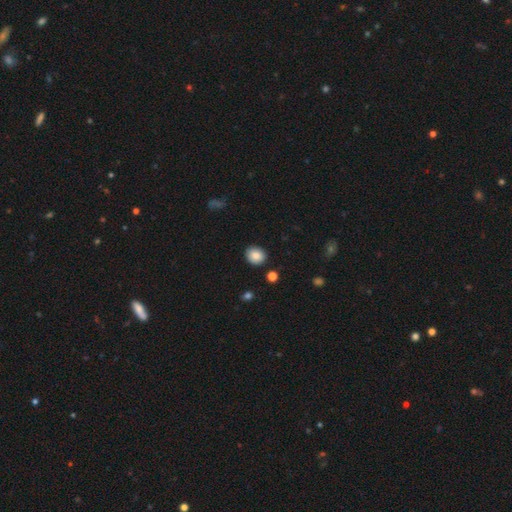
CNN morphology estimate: Q: Smooth or featured?
A: smooth (86%); runner-up: star or artifact (9%)
Q: How rounded?
A: round (71%); runner-up: in between (28%)
Q: Merging?
A: none (88%); runner-up: minor disturbance (8%)